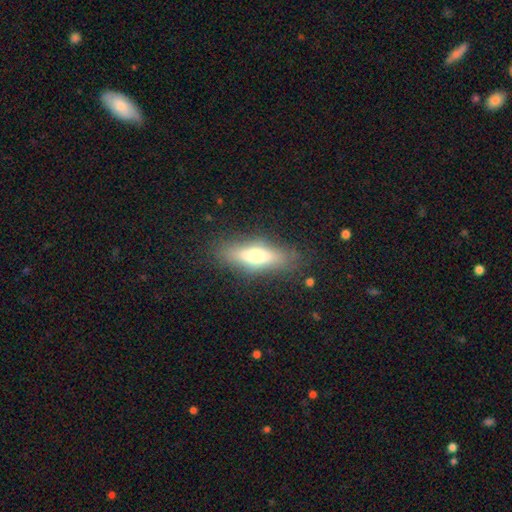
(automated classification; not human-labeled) Morphology: type=smooth (57%); roundness=cigar-shaped (52%); merging=none (83%).